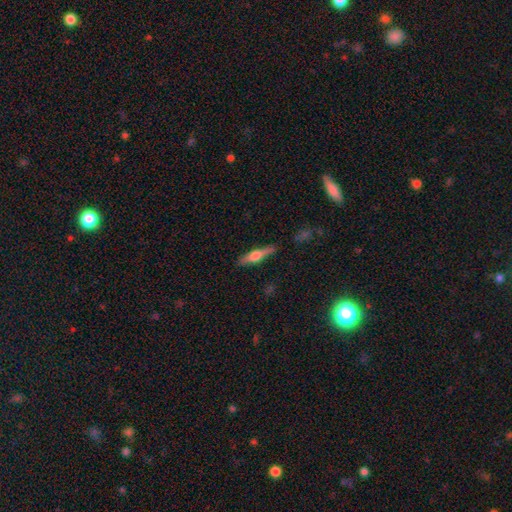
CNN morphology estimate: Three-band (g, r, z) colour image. It shows a featured or disk galaxy (54%) viewed edge-on (95%) with a rounded central bulge (89%). Merging: none (86%).